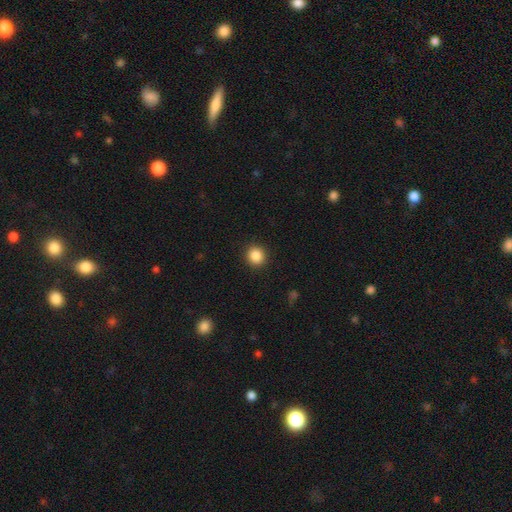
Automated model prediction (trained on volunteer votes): smooth 87%, star or artifact 10%, featured or disk 3%. Down the decision tree: how rounded — round (90%); merging — none (92%).